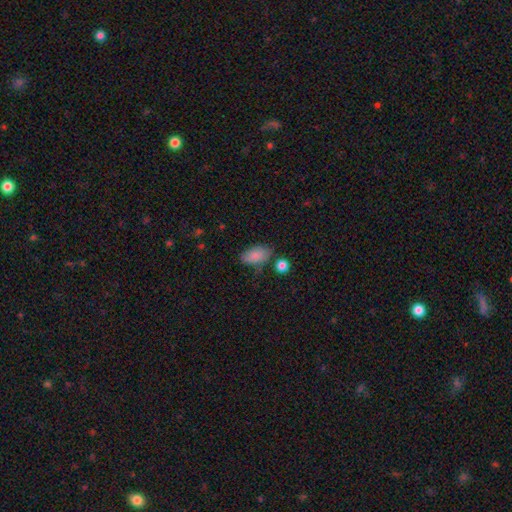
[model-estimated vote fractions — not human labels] Q: Smooth or featured?
A: smooth (85%); runner-up: star or artifact (8%)
Q: How rounded?
A: in between (93%); runner-up: round (5%)
Q: Merging?
A: none (64%); runner-up: minor disturbance (23%)